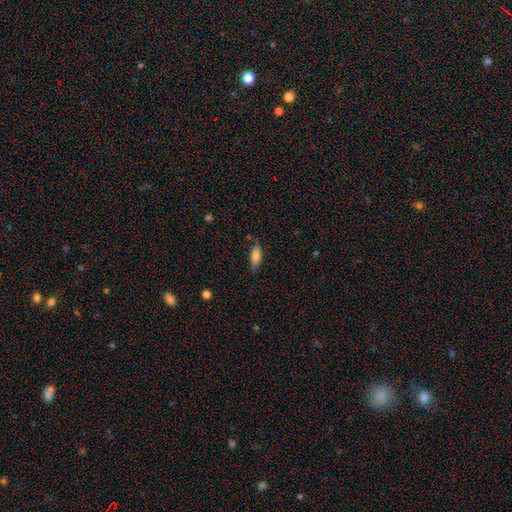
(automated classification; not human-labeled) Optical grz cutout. It shows a smooth galaxy with no disk features (75%) that is in between round and cigar-shaped (66%). Merging: none (73%).